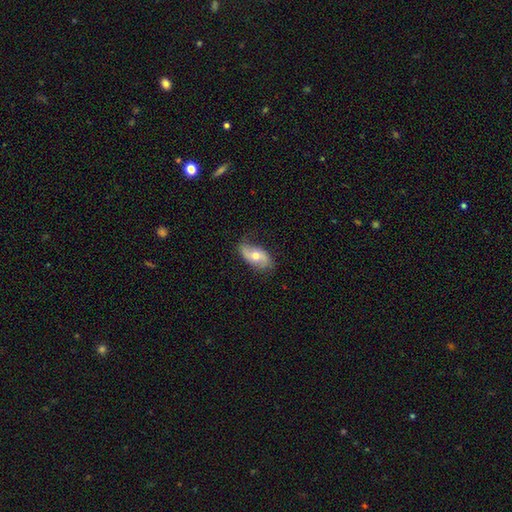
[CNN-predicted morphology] A featured or disk galaxy (50%). Merging: none (72%).